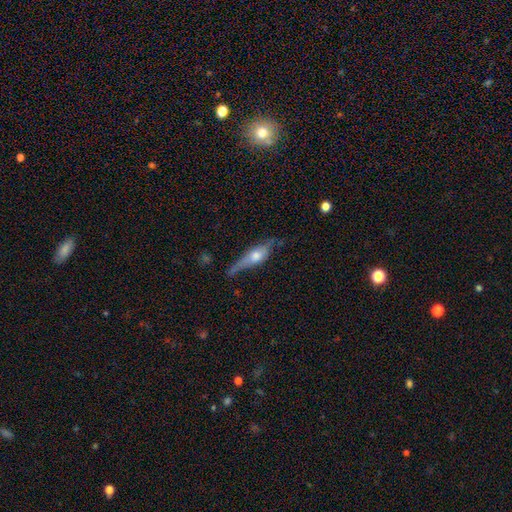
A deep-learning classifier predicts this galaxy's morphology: The model was most divided on "merging": none: 58%, minor disturbance: 29%, major disturbance: 11%, merger: 3%. More confident: edge-on bulge — rounded (87%); edge-on disk — yes (86%); smooth or featured — featured or disk (61%).